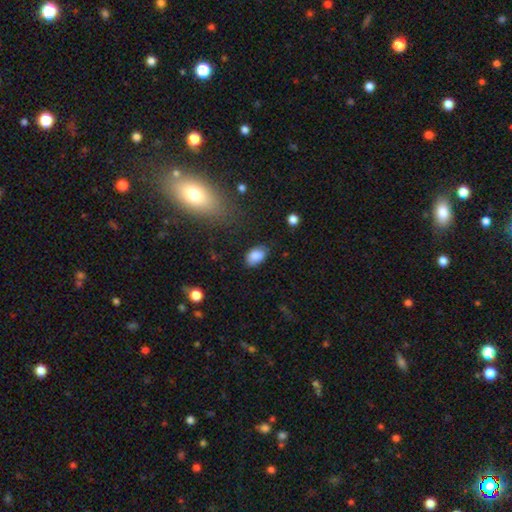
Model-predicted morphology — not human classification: A smooth galaxy with no disk features (85%) that is in between round and cigar-shaped (90%).

Vote fractions:
- Smooth or featured? smooth: 85% / star or artifact: 8% / featured or disk: 7%
- How rounded? in between: 90% / round: 9% / cigar-shaped: 1%
- Merging? none: 74% / minor disturbance: 20% / major disturbance: 4% / merger: 2%